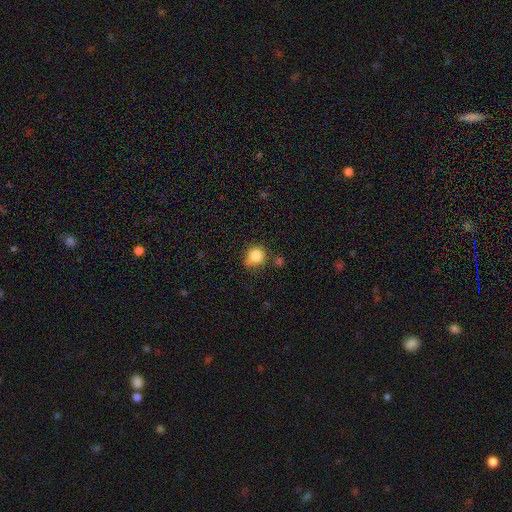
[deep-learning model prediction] smooth-or-featured: smooth: 83% | star or artifact: 10% | featured or disk: 6%
  how-rounded: round: 83% | in between: 16% | cigar-shaped: 1%
  merging: none: 60% | minor disturbance: 24% | merger: 10% | major disturbance: 7%